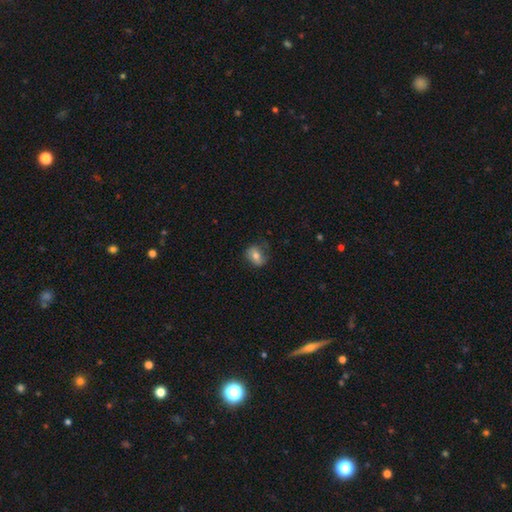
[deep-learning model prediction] The model was most divided on "how rounded": in between: 56%, round: 42%, cigar-shaped: 2%. More confident: merging — none (67%); smooth or featured — smooth (64%).